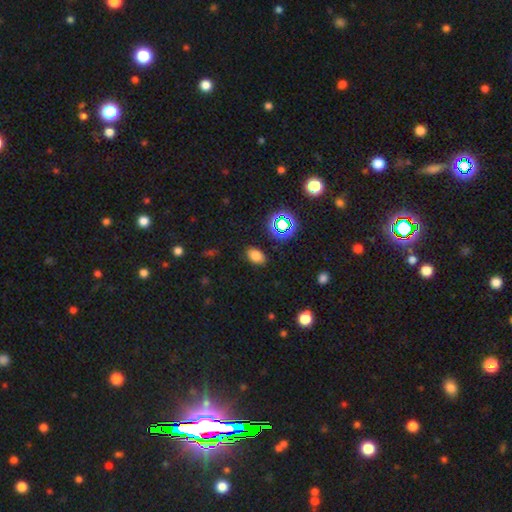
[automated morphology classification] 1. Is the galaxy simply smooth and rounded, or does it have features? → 74% smooth, 19% star or artifact, 7% featured or disk.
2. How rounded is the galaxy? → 85% in between, 14% round, 2% cigar-shaped.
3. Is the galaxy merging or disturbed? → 87% none, 9% minor disturbance, 3% major disturbance, 1% merger.